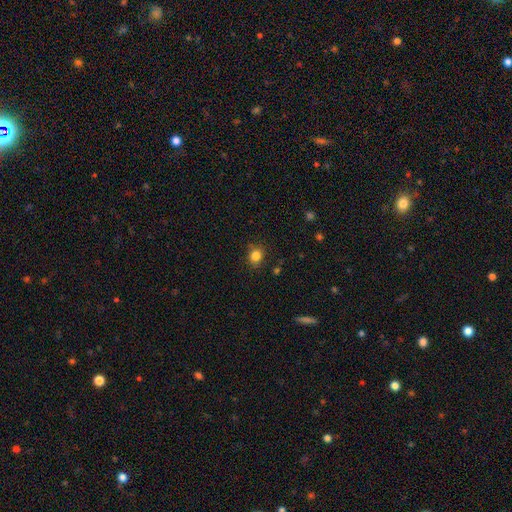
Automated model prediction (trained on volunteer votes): Smooth or featured?
  - smooth: 83% *
  - star or artifact: 12%
  - featured or disk: 5%
How rounded?
  - round: 73% *
  - in between: 26%
  - cigar-shaped: 1%
Merging?
  - none: 83% *
  - minor disturbance: 12%
  - major disturbance: 3%
  - merger: 2%